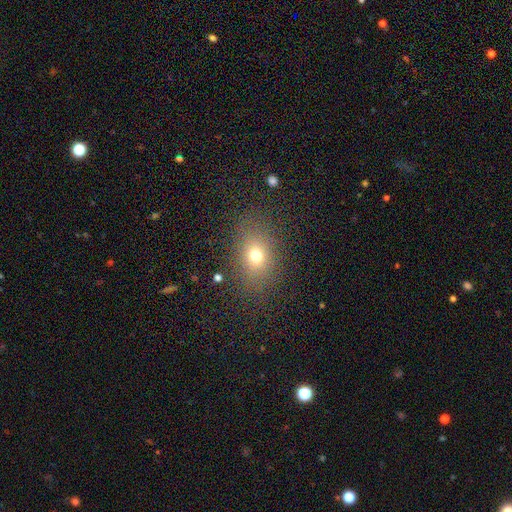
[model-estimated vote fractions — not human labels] Q: Smooth or featured?
A: smooth (71%); runner-up: star or artifact (17%)
Q: How rounded?
A: in between (62%); runner-up: round (36%)
Q: Merging?
A: none (82%); runner-up: minor disturbance (11%)